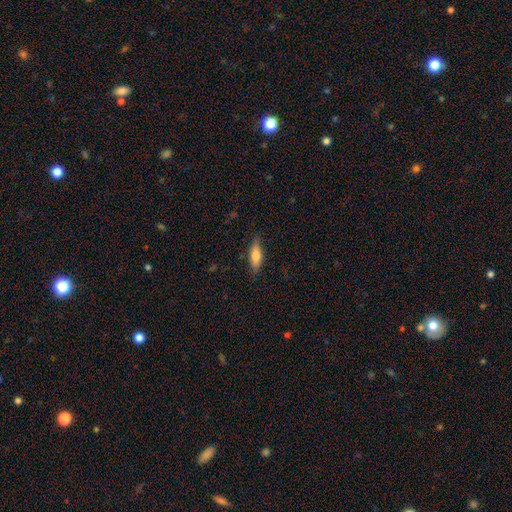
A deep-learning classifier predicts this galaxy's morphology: This is likely a smooth galaxy (70%). How rounded: possibly in between (50%). Merging: clearly none (81%).